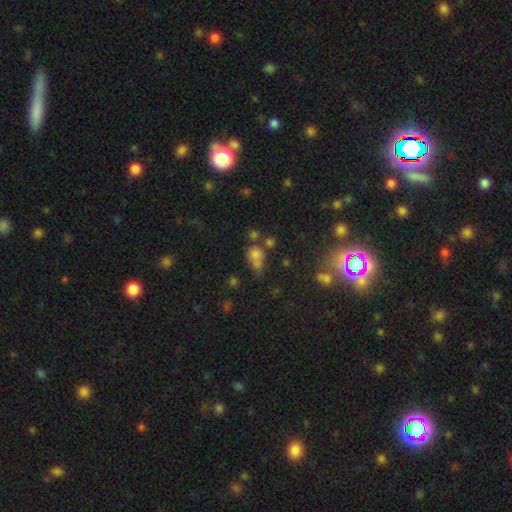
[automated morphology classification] Smooth or featured? Predicted: smooth (p=0.67). How rounded? Predicted: round (p=0.62). Merging? Predicted: none (p=0.35).